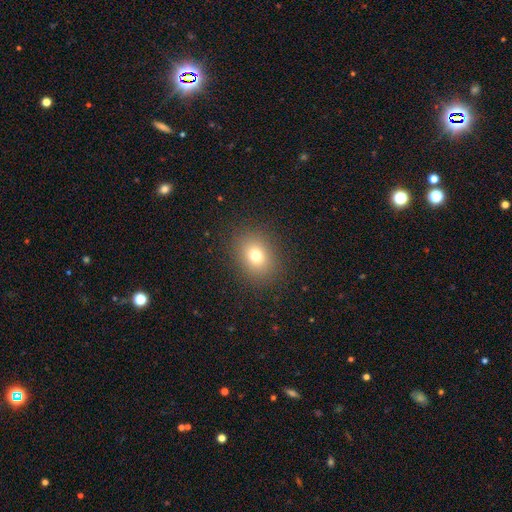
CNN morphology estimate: Q: Smooth or featured?
A: smooth (74%); runner-up: star or artifact (16%)
Q: How rounded?
A: round (58%); runner-up: in between (41%)
Q: Merging?
A: none (88%); runner-up: minor disturbance (7%)